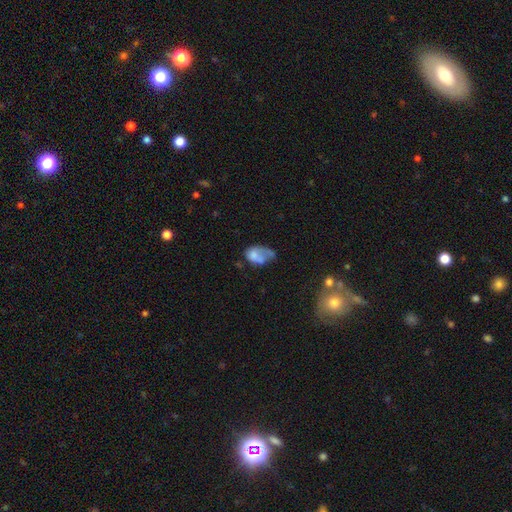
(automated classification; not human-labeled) This appears to be a smooth galaxy with no disk features (57%) that is in between round and cigar-shaped (86%). Merging: major disturbance (39%).